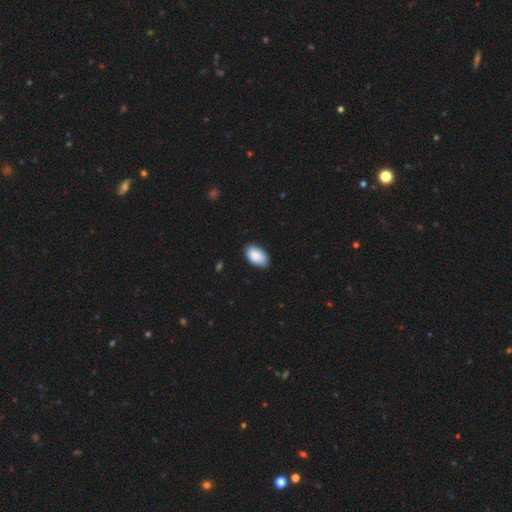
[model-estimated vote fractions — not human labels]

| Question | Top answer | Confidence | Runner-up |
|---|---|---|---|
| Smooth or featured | smooth | 89% | star or artifact (6%) |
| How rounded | in between | 95% | round (4%) |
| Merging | none | 82% | minor disturbance (15%) |